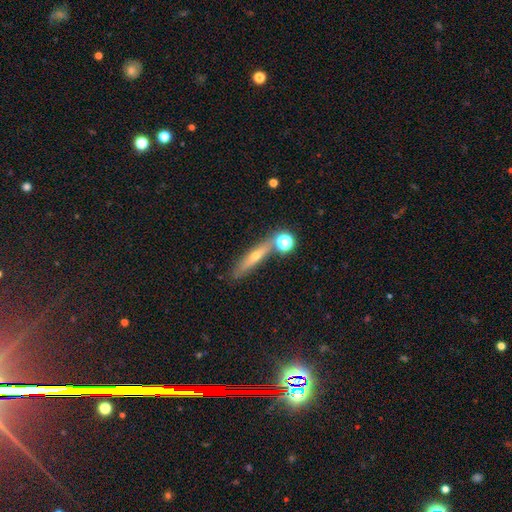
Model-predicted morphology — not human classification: Smooth or featured?
  - featured or disk: 50% *
  - smooth: 38%
  - star or artifact: 12%
Merging?
  - none: 73% *
  - minor disturbance: 12%
  - merger: 11%
  - major disturbance: 4%